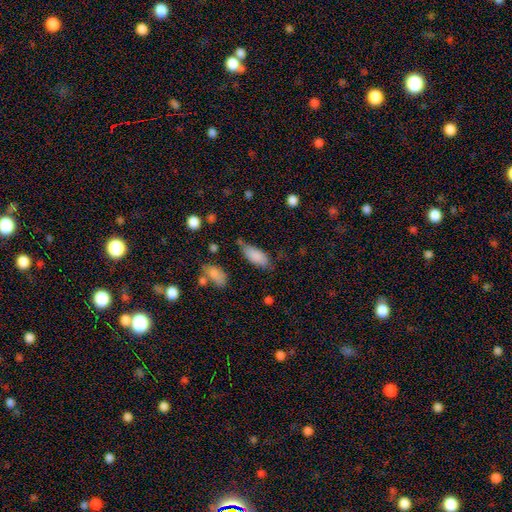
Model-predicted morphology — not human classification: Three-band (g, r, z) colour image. It shows a smooth galaxy with no disk features (84%) that is in between round and cigar-shaped (86%). Merging: none (54%).